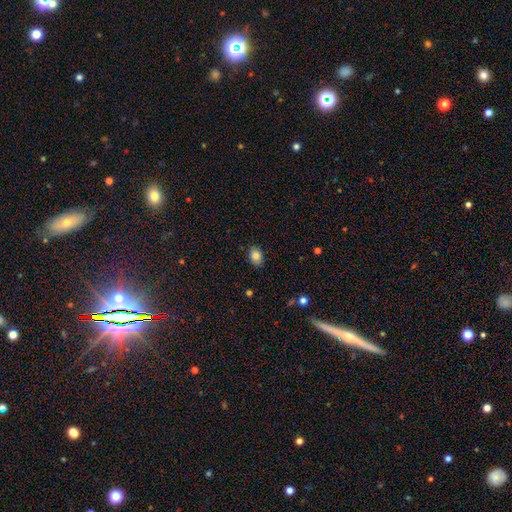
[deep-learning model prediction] Smooth or featured? Predicted: smooth (p=0.84). How rounded? Predicted: in between (p=0.74). Merging? Predicted: none (p=0.84).